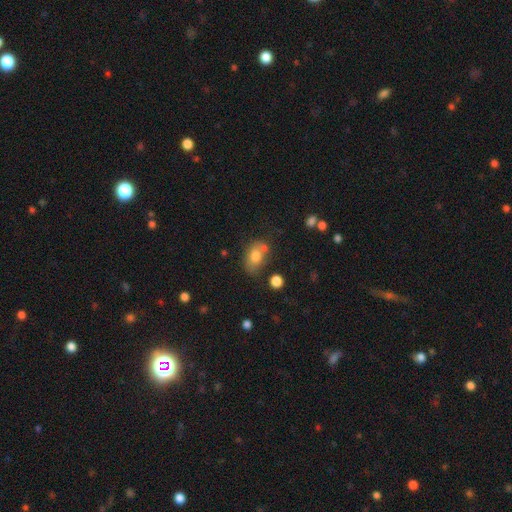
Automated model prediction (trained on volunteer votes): A smooth galaxy with no disk features (75%) that is in between round and cigar-shaped (81%).

Vote fractions:
- Smooth or featured? smooth: 75% / featured or disk: 16% / star or artifact: 10%
- How rounded? in between: 81% / round: 17% / cigar-shaped: 2%
- Merging? none: 53% / minor disturbance: 21% / merger: 19% / major disturbance: 7%